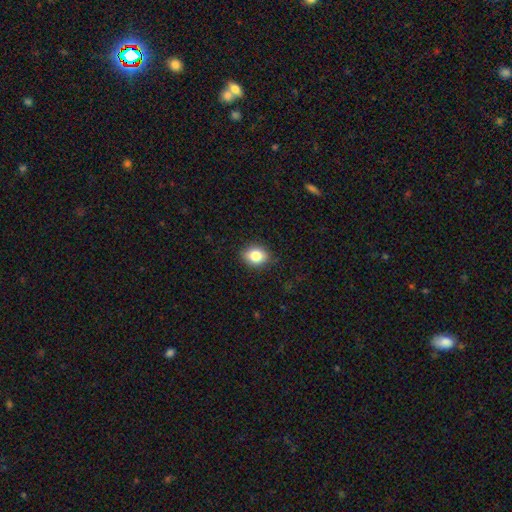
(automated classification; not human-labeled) A smooth galaxy with no disk features (83%) that is in between round and cigar-shaped (53%). Merging: none (87%).